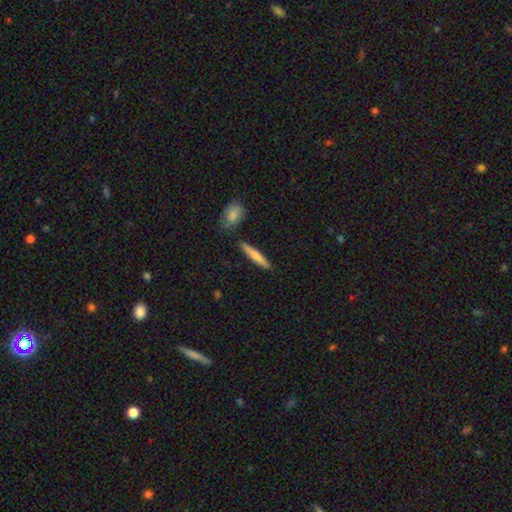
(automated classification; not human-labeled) A smooth galaxy with no disk features (71%) that is cigar-shaped (90%). Merging: none (85%).